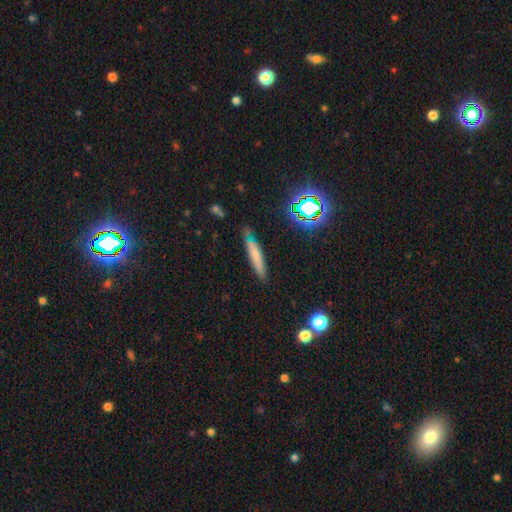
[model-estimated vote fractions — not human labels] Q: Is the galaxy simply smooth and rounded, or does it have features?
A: smooth — 67%.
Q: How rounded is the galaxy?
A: cigar-shaped — 90%.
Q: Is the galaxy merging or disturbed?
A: none — 74%.